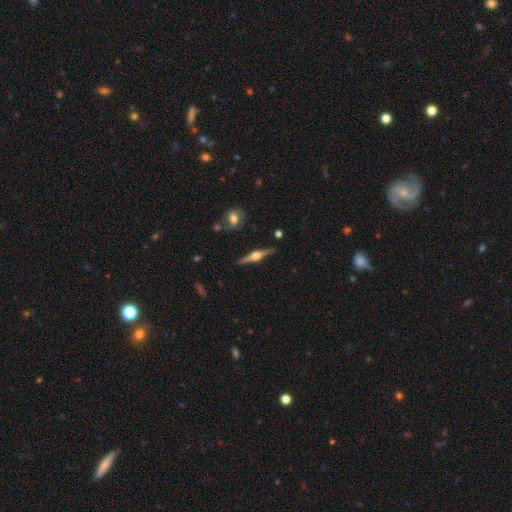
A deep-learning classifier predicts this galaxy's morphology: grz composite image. It shows a featured or disk galaxy (82%) viewed edge-on (98%) with a rounded central bulge (93%). Merging: none (88%).